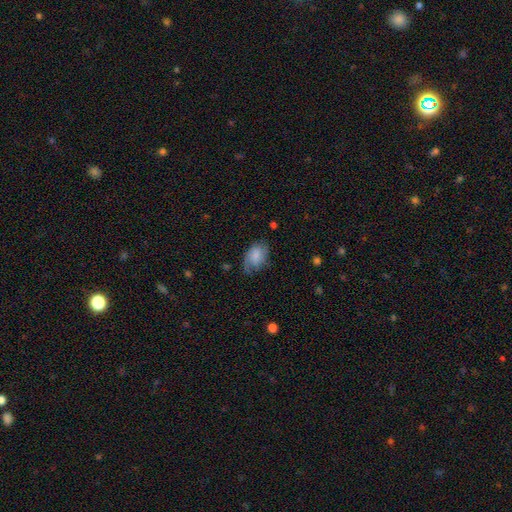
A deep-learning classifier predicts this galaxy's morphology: Overall: smooth (65%; featured or disk 27%). How rounded: in between (87%). Merging: none (58%; minor disturbance 28%).